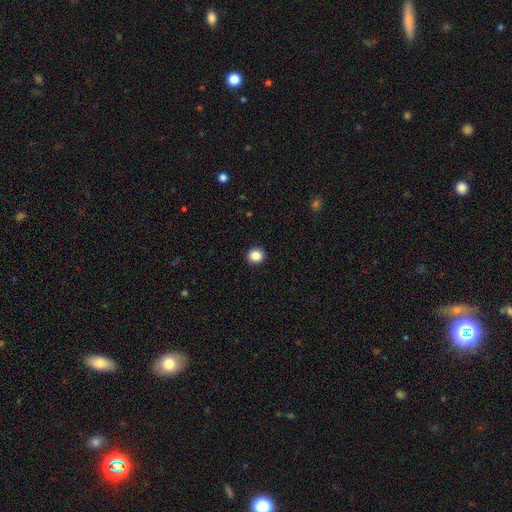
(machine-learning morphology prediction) This is clearly a smooth galaxy (87%). How rounded: clearly round (93%). Merging: clearly none (93%).